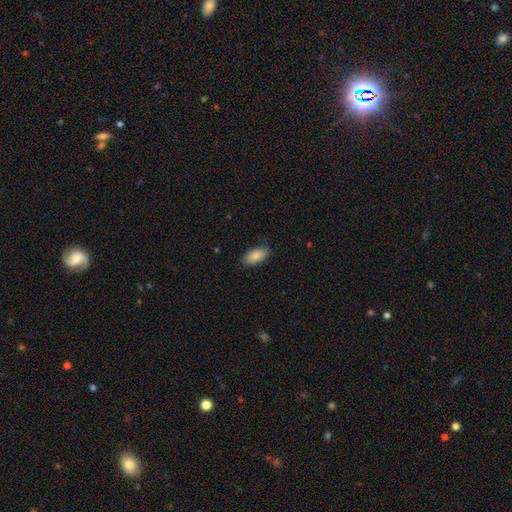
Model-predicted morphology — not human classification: A smooth galaxy with no disk features (87%) that is in between round and cigar-shaped (93%). Merging: none (86%).